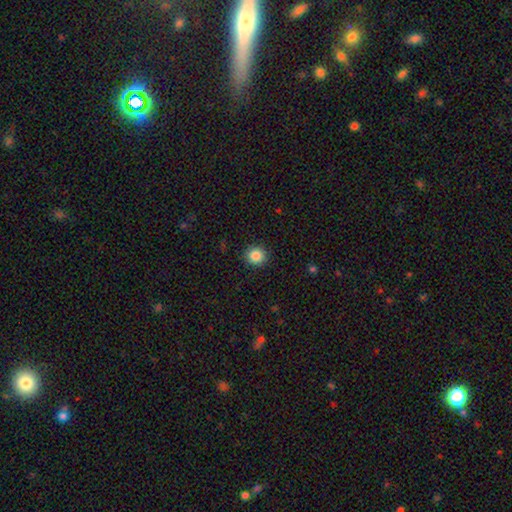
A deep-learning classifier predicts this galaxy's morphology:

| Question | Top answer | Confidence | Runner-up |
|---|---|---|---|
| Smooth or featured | smooth | 86% | star or artifact (10%) |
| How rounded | round | 90% | in between (9%) |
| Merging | none | 91% | minor disturbance (6%) |